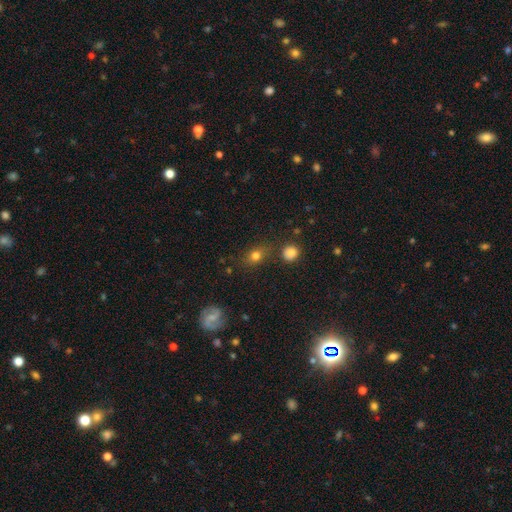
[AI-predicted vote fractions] This appears to be a smooth galaxy with no disk features (76%) that is round (49%). Merging: none (76%).